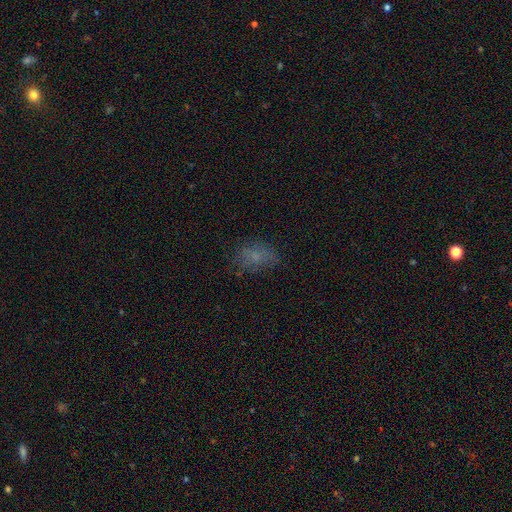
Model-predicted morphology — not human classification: Q: Smooth or featured?
A: smooth (66%); runner-up: star or artifact (17%)
Q: How rounded?
A: in between (79%); runner-up: round (19%)
Q: Merging?
A: none (63%); runner-up: minor disturbance (23%)